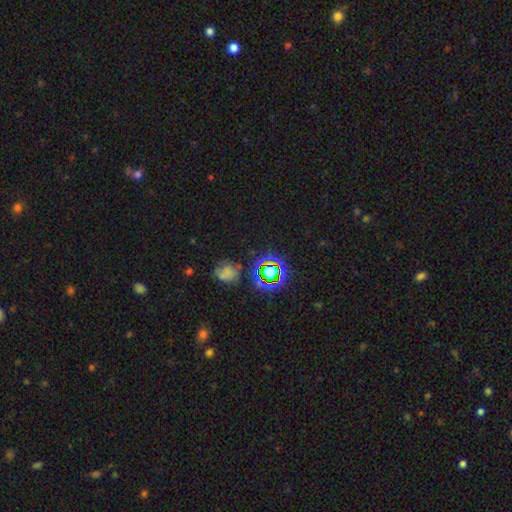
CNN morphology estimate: A star or artifact, not a galaxy (70%).

Vote fractions:
- Smooth or featured? star or artifact: 70% / smooth: 21% / featured or disk: 9%